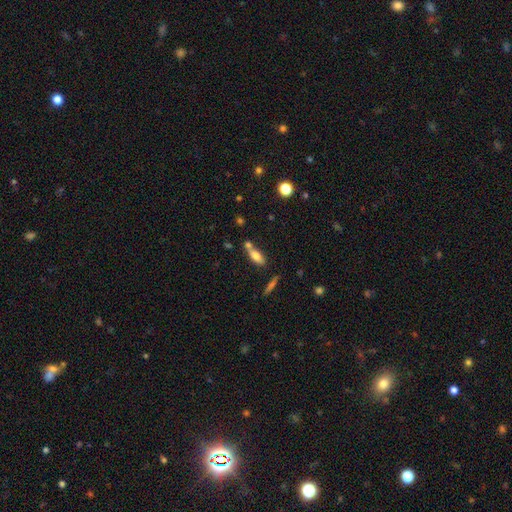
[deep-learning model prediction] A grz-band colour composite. It shows a smooth galaxy with no disk features (66%) that is in between round and cigar-shaped (60%). Merging: none (53%).